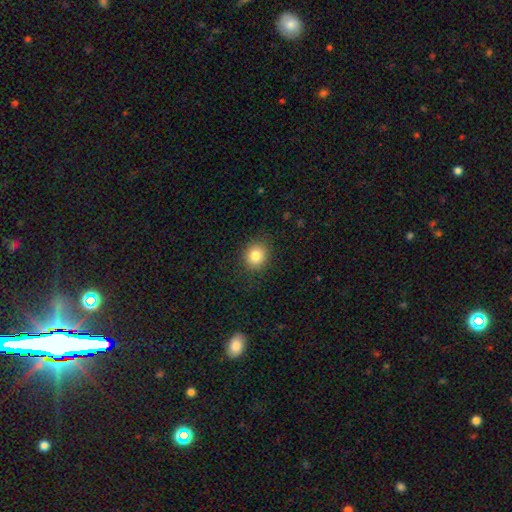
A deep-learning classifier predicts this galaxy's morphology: Overall: smooth (83%). How rounded: round (75%). Merging: none (87%).